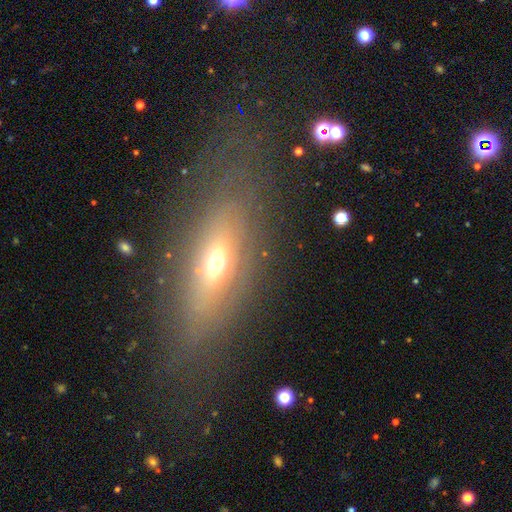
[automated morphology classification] smooth-or-featured: smooth: 45% | featured or disk: 39% | star or artifact: 16%
  merging: none: 77% | minor disturbance: 13% | major disturbance: 8% | merger: 2%